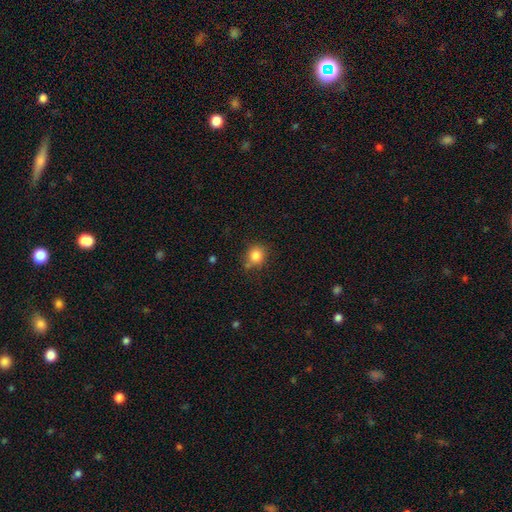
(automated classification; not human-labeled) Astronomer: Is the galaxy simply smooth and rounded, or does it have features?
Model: smooth — 83%.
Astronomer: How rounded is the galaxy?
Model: round — 83%.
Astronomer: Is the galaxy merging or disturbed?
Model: none — 73%.